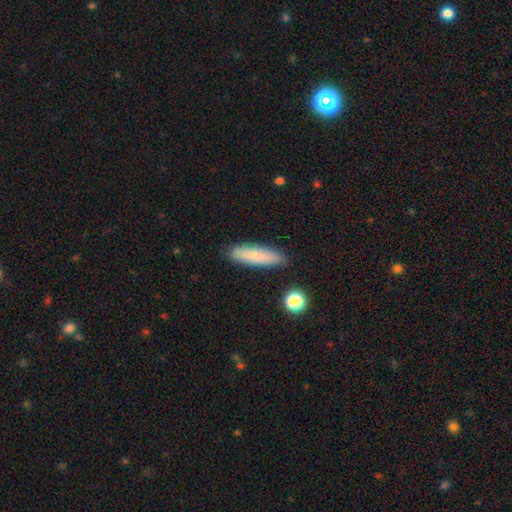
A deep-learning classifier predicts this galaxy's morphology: smooth 80%, featured or disk 12%, star or artifact 7%. Down the decision tree: how rounded — cigar-shaped (73%); merging — none (87%).